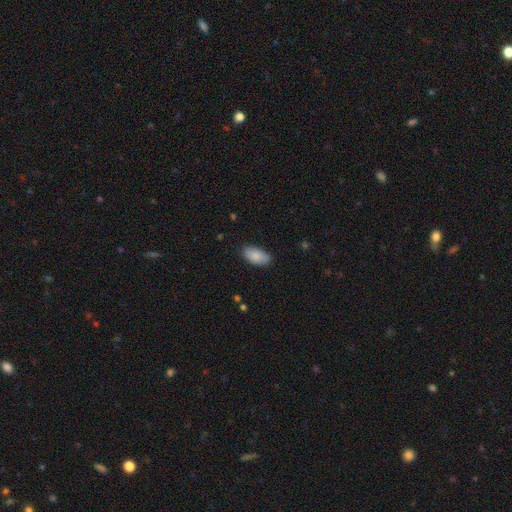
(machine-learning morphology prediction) This appears to be a smooth galaxy with no disk features (86%) that is in between round and cigar-shaped (95%). Merging: none (83%).